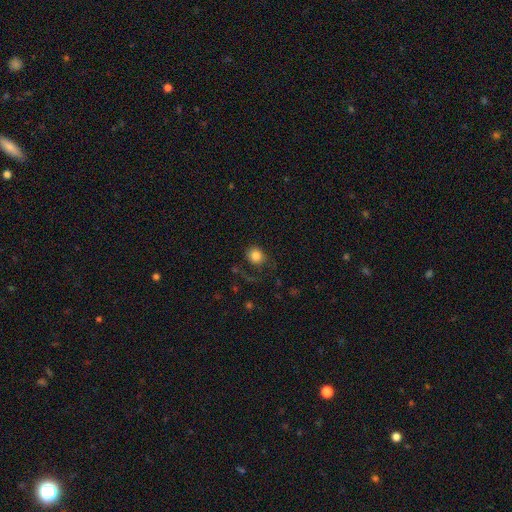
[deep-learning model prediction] smooth 82%, star or artifact 10%, featured or disk 8%. Down the decision tree: how rounded — round (78%); merging — none (69%).